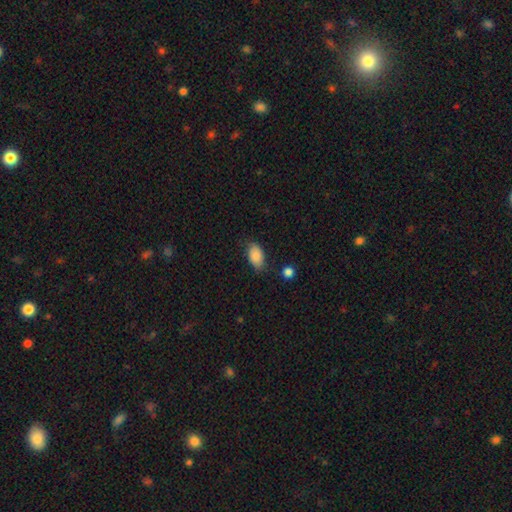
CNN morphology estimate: The model was most divided on "merging": none: 72%, minor disturbance: 20%, major disturbance: 4%, merger: 3%. More confident: how rounded — in between (92%); smooth or featured — smooth (84%).